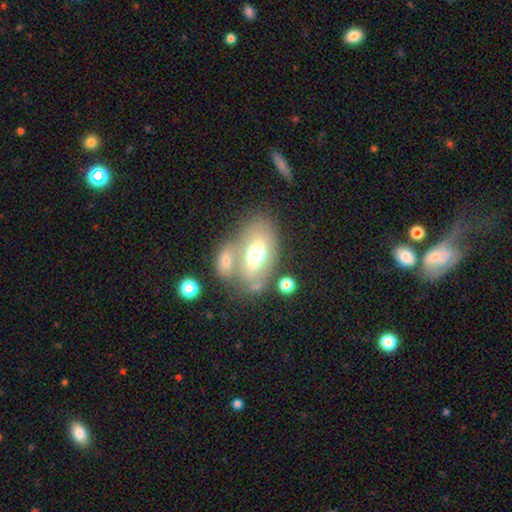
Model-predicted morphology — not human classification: type=smooth (51%); roundness=in between (88%); merging=none (41%).